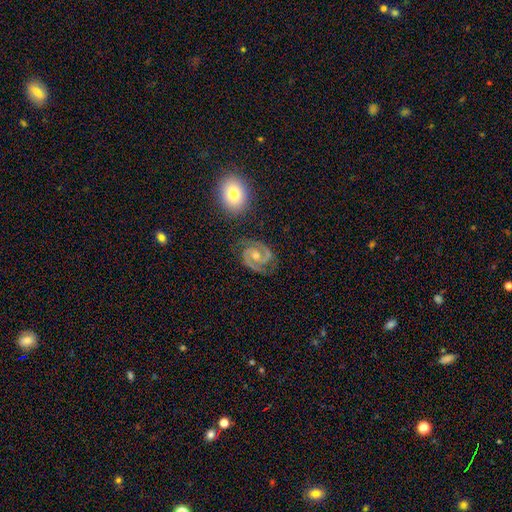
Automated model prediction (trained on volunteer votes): Smooth or featured? featured or disk (89%)
Edge-on disk? no (98%)
Bar? no (51%)
Spiral arms? yes (98%)
Spiral winding? tight (48%)
Spiral arm count? 2 (93%)
Bulge size? moderate (60%)
Merging? none (81%)